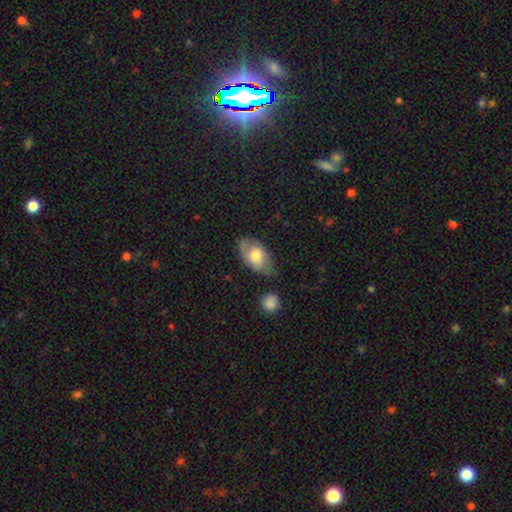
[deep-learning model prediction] Morphology: type=smooth (55%); roundness=in between (90%); merging=none (63%).